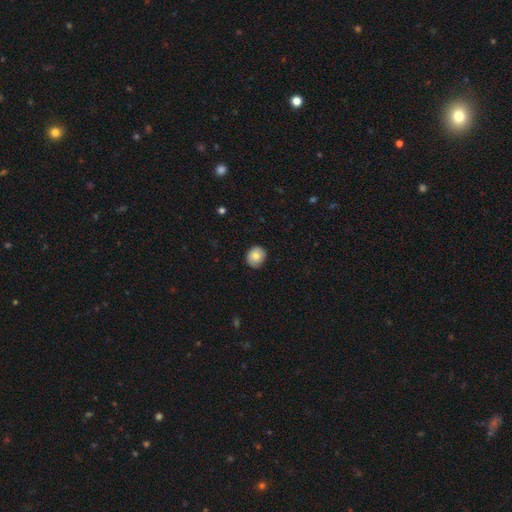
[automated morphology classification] smooth 78%, featured or disk 15%, star or artifact 8%. Down the decision tree: how rounded — round (74%); merging — none (80%).